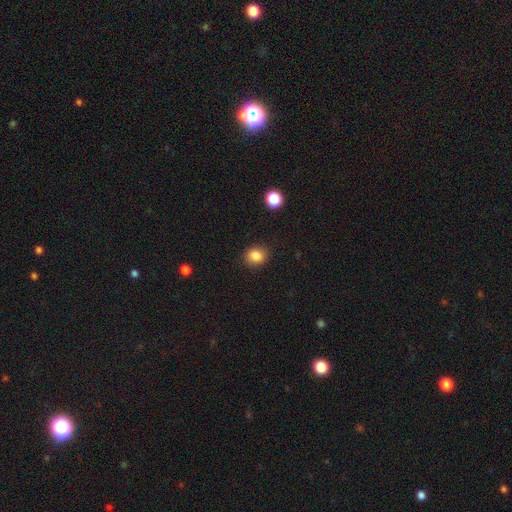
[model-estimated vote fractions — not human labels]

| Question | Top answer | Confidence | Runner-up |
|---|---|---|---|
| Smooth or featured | smooth | 86% | star or artifact (10%) |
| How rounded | round | 71% | in between (28%) |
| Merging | none | 88% | minor disturbance (8%) |